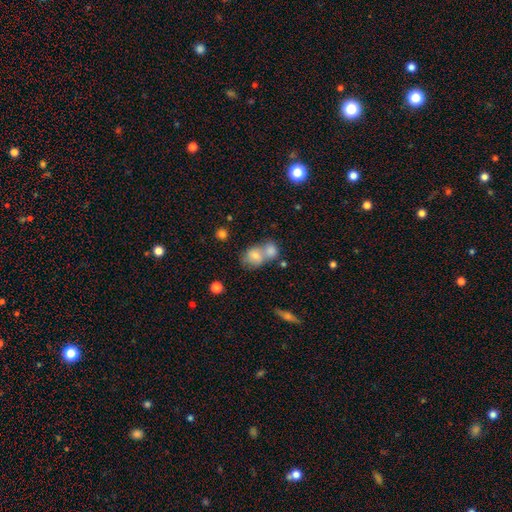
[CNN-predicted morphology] Smooth or featured? smooth (65%)
How rounded? round (56%)
Merging? merger (54%)